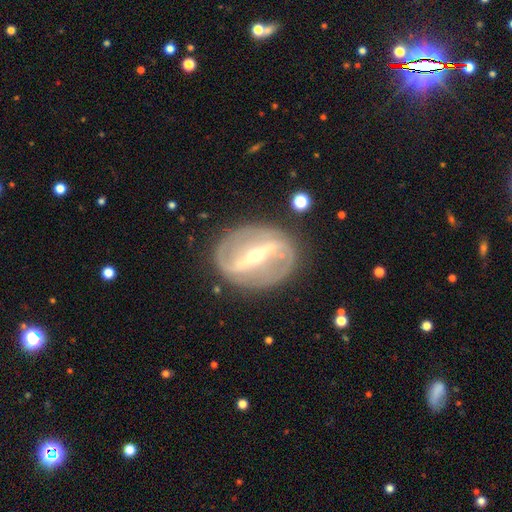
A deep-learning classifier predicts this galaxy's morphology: A featured or disk galaxy (86%) with a strong bar (81%), 2 (83%) medium (38%) spiral arms (70%) and a small central bulge (55%). Merging: none (81%).